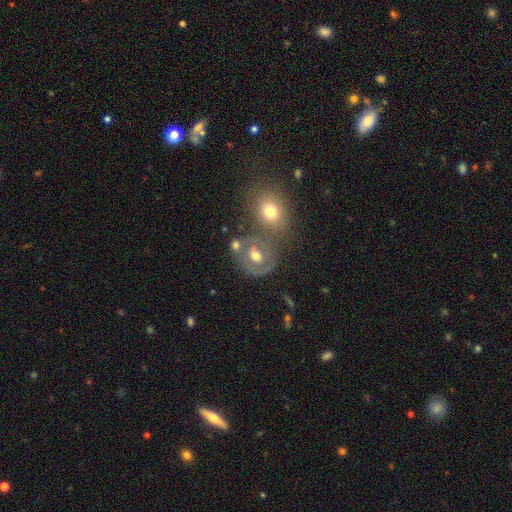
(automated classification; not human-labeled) A featured or disk galaxy (51%).

Vote fractions:
- Smooth or featured? featured or disk: 51% / smooth: 38% / star or artifact: 11%
- Edge-on disk? no: 96% / yes: 4%
- Merging? none: 46% / merger: 29% / minor disturbance: 15% / major disturbance: 10%